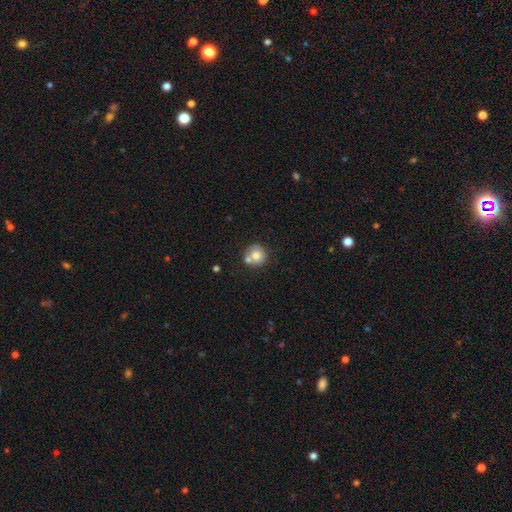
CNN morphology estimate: A smooth galaxy with no disk features (72%) that is round (89%).

Vote fractions:
- Smooth or featured? smooth: 72% / featured or disk: 19% / star or artifact: 9%
- How rounded? round: 89% / in between: 10% / cigar-shaped: 1%
- Merging? none: 57% / merger: 26% / minor disturbance: 13% / major disturbance: 4%